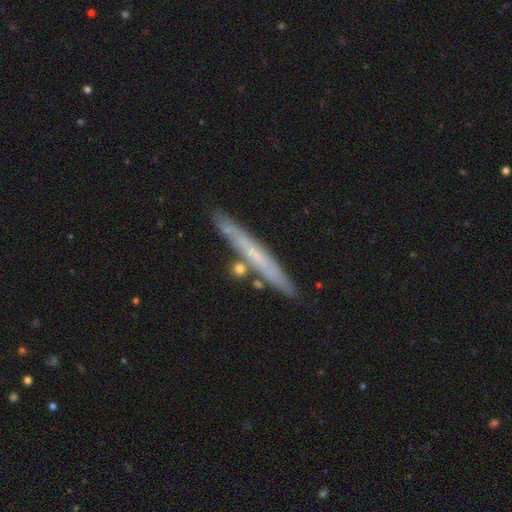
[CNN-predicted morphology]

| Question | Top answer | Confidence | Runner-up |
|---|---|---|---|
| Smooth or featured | featured or disk | 50% | smooth (43%) |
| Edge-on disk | yes | 91% | no (9%) |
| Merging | none | 81% | minor disturbance (11%) |